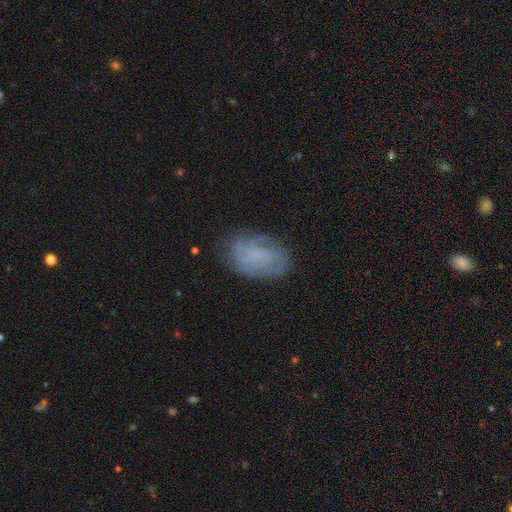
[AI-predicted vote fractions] Smooth or featured? Predicted: featured or disk (p=0.51). Edge-on disk? Predicted: no (p=0.97). Merging? Predicted: none (p=0.73).